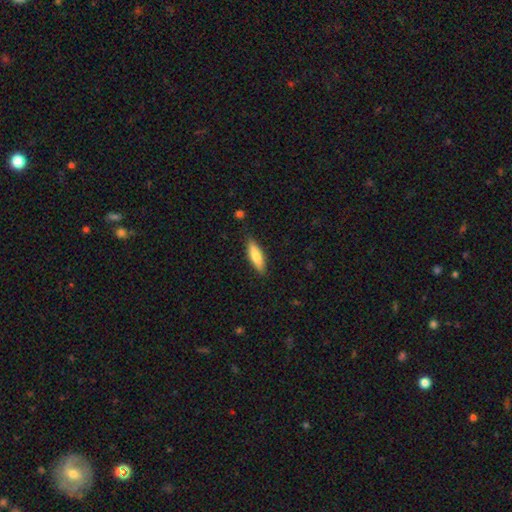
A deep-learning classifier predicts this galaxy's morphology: A smooth galaxy with no disk features (75%) that is cigar-shaped (59%).

Vote fractions:
- Smooth or featured? smooth: 75% / featured or disk: 19% / star or artifact: 6%
- How rounded? cigar-shaped: 59% / in between: 39% / round: 2%
- Merging? none: 87% / minor disturbance: 10% / major disturbance: 2% / merger: 1%